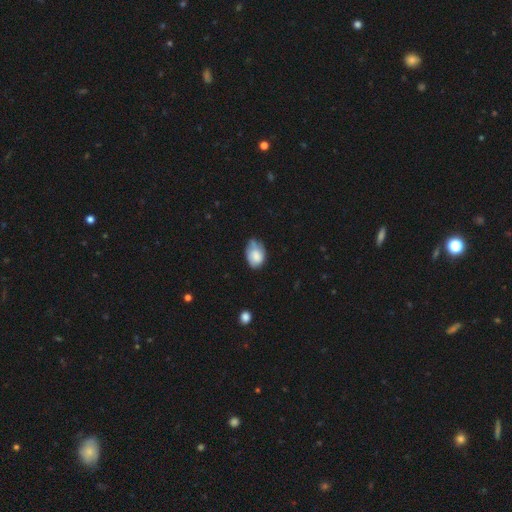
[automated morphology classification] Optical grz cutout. It shows a smooth galaxy with no disk features (72%) that is in between round and cigar-shaped (77%). Merging: minor disturbance (43%).